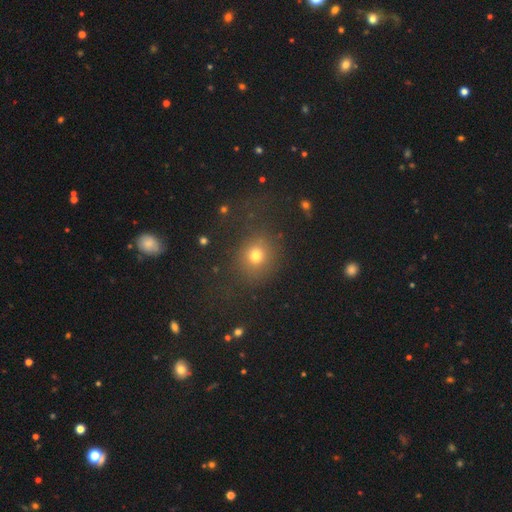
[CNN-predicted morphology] Smooth or featured: smooth — 74% (star or artifact — 18%)
How rounded: round — 74% (in between — 25%)
Merging: none — 71% (minor disturbance — 13%)